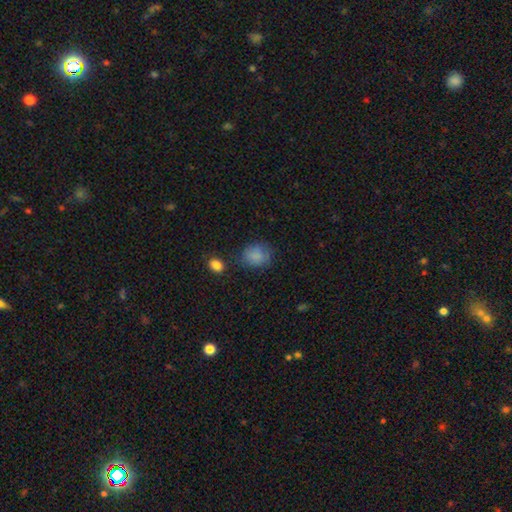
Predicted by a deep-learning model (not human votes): Overall: smooth (83%). How rounded: round (53%; in between 46%). Merging: none (69%).